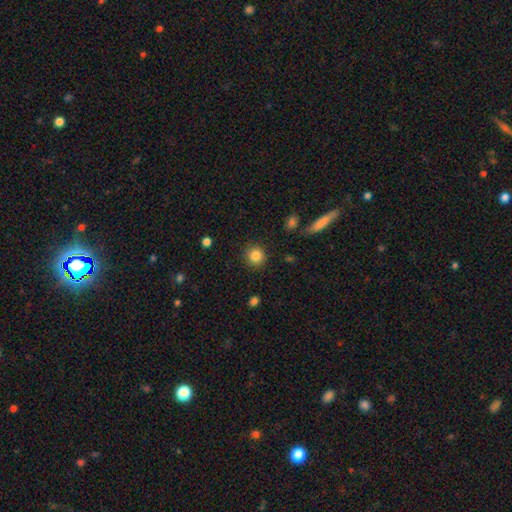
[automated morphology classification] This is clearly a smooth galaxy (84%). How rounded: clearly round (92%). Merging: clearly none (90%).